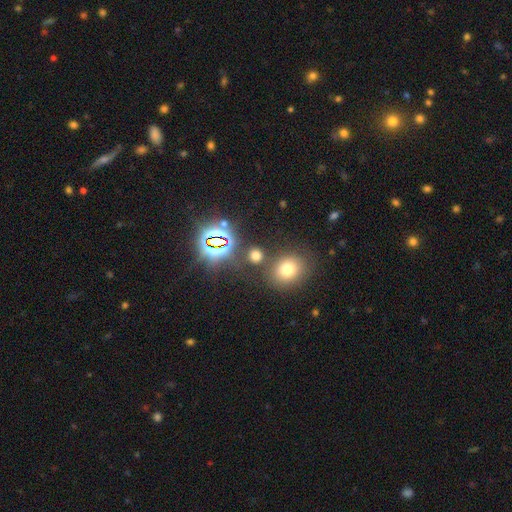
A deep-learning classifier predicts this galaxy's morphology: type=smooth (55%); roundness=round (77%); merging=none (77%).